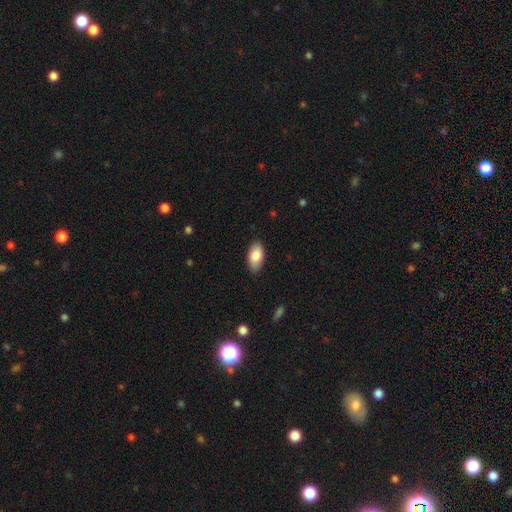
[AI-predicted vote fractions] Overall: smooth (86%). How rounded: in between (94%). Merging: none (86%).